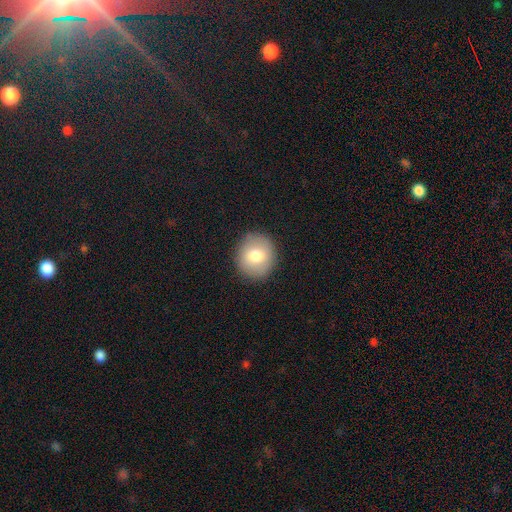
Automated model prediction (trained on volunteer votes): Morphology: type=smooth (75%); roundness=round (82%); merging=none (90%).